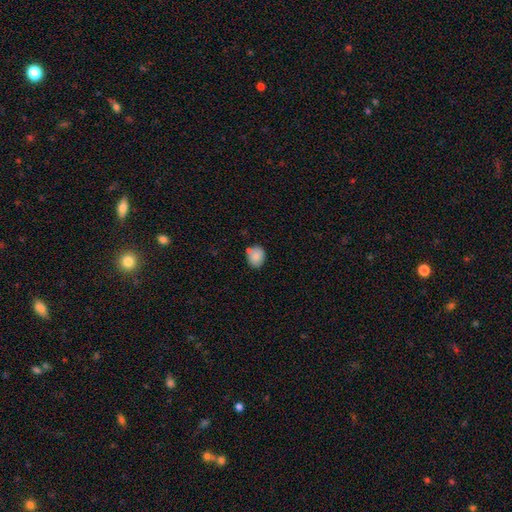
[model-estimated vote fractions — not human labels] smooth-or-featured: smooth: 85% | star or artifact: 8% | featured or disk: 7%
  how-rounded: round: 53% | in between: 46% | cigar-shaped: 1%
  merging: none: 68% | minor disturbance: 17% | merger: 11% | major disturbance: 4%